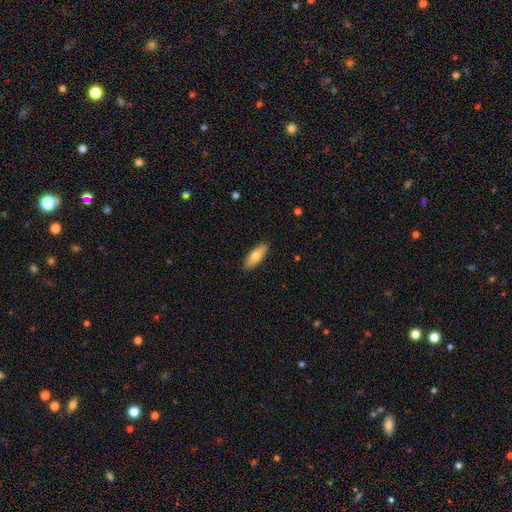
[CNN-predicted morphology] smooth-or-featured: smooth: 73% | featured or disk: 21% | star or artifact: 6%
  how-rounded: in between: 68% | cigar-shaped: 29% | round: 2%
  merging: none: 89% | minor disturbance: 8% | major disturbance: 2% | merger: 1%